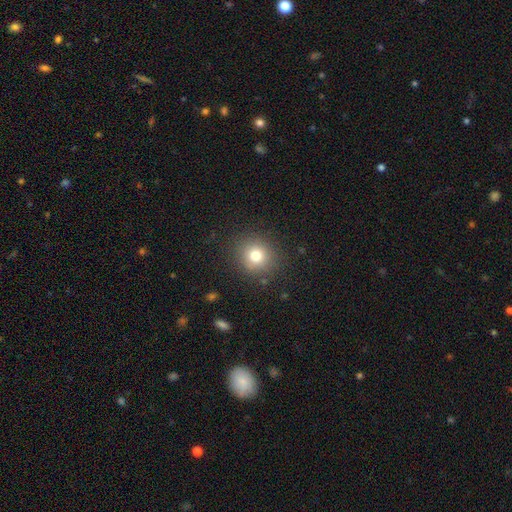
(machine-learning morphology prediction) The model was most divided on "smooth or featured": smooth: 78%, star or artifact: 13%, featured or disk: 9%. More confident: how rounded — round (87%); merging — none (86%).